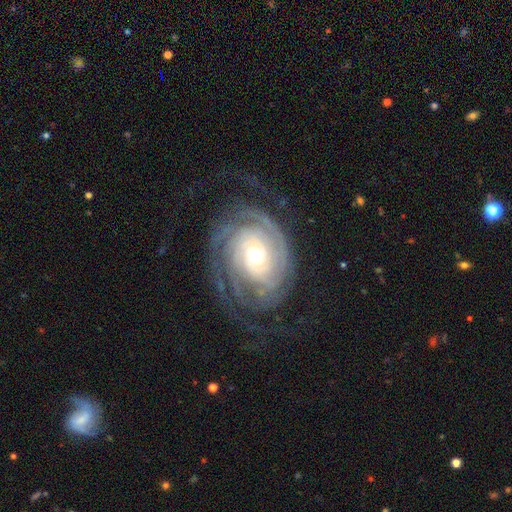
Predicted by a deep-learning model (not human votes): Smooth or featured? Predicted: featured or disk (p=0.90). Edge-on disk? Predicted: no (p=0.97). Bar? Predicted: no (p=0.69). Spiral arms? Predicted: yes (p=0.97). Spiral winding? Predicted: tight (p=0.76). Spiral arm count? Predicted: can't tell (p=0.25). Bulge size? Predicted: moderate (p=0.59). Merging? Predicted: none (p=0.69).